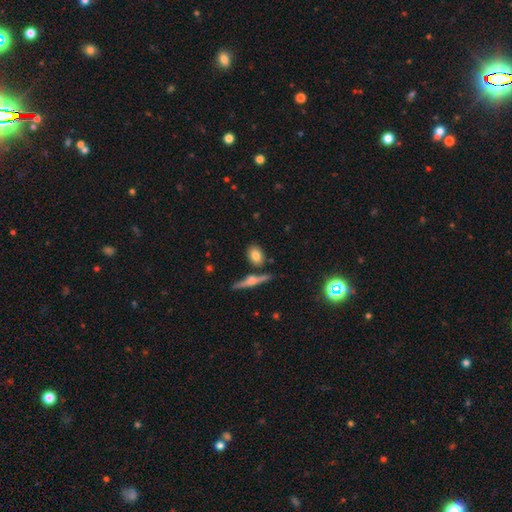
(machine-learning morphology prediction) Q: Smooth or featured?
A: smooth (77%); runner-up: featured or disk (15%)
Q: How rounded?
A: in between (64%); runner-up: round (31%)
Q: Merging?
A: none (75%); runner-up: minor disturbance (12%)